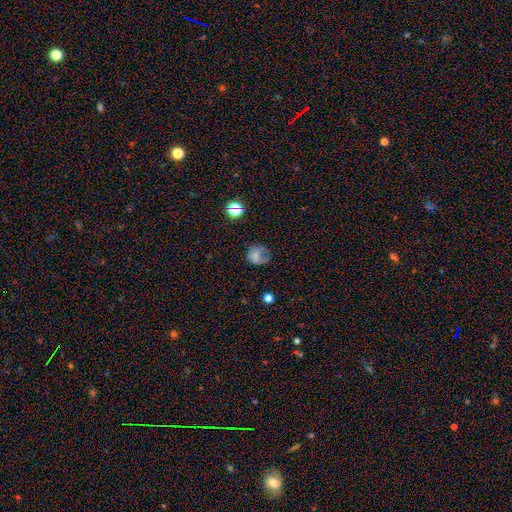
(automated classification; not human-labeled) The model was most divided on "merging": none: 44%, minor disturbance: 28%, major disturbance: 25%, merger: 3%. More confident: how rounded — round (70%); smooth or featured — smooth (64%).